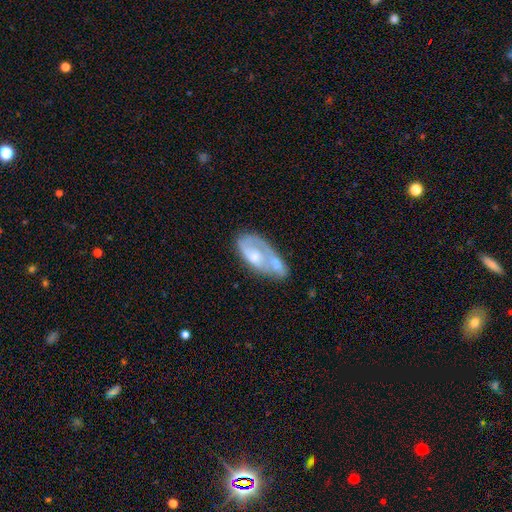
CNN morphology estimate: type=featured or disk (59%); edge-on=no (93%); bar=no (75%); spiral arms=yes (54%); bulge=moderate (47%); merging=none (33%).